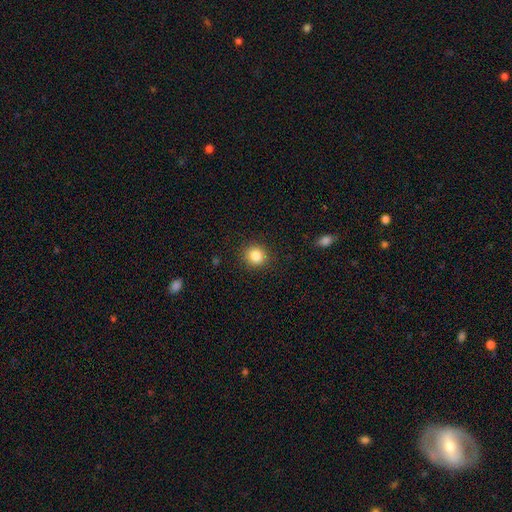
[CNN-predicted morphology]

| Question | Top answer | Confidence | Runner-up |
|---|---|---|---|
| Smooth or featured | smooth | 85% | star or artifact (10%) |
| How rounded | round | 84% | in between (15%) |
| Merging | none | 88% | minor disturbance (8%) |